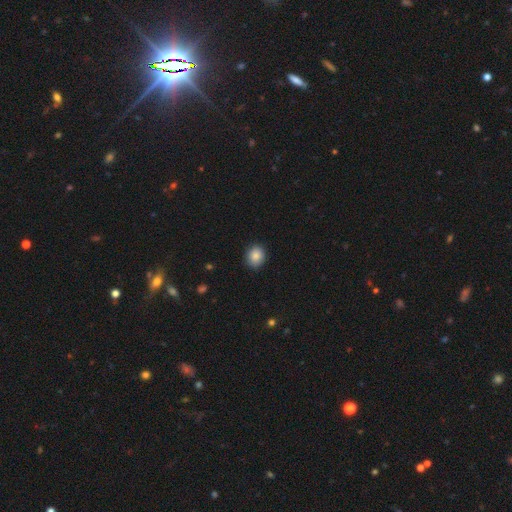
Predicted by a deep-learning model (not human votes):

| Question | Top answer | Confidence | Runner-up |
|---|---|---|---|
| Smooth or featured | smooth | 87% | star or artifact (9%) |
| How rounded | round | 71% | in between (28%) |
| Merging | none | 89% | minor disturbance (8%) |